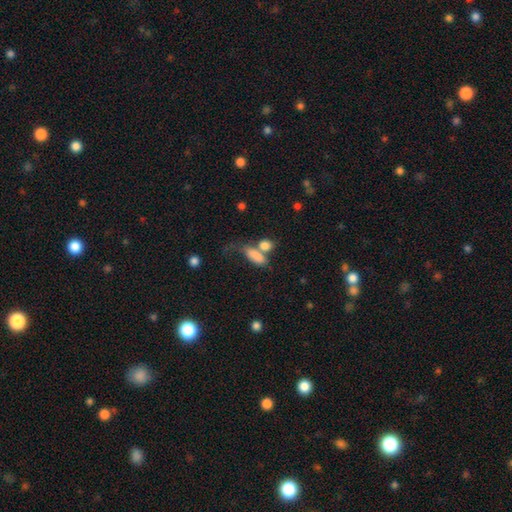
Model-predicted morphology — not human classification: Smooth or featured: smooth — 81% (featured or disk — 11%)
How rounded: in between — 76% (cigar-shaped — 16%)
Merging: merger — 44% (none — 30%)